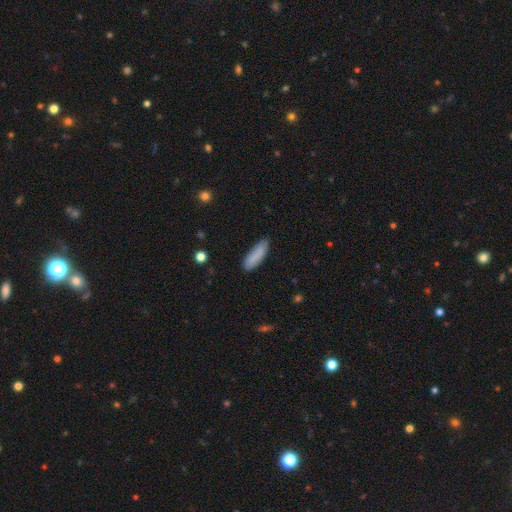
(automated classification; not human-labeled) Smooth or featured?
  - smooth: 86% *
  - featured or disk: 8%
  - star or artifact: 6%
How rounded?
  - cigar-shaped: 53% *
  - in between: 45%
  - round: 2%
Merging?
  - none: 82% *
  - minor disturbance: 14%
  - major disturbance: 3%
  - merger: 1%